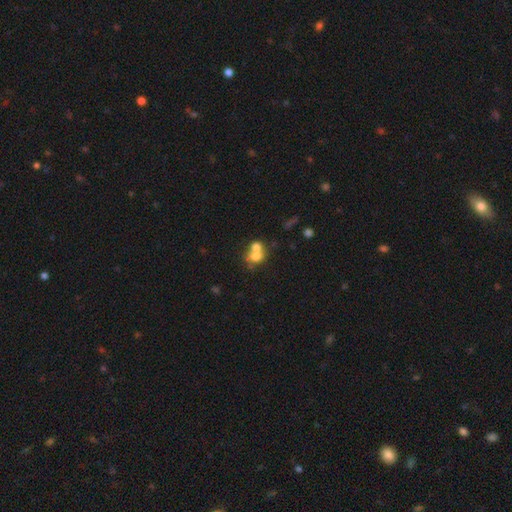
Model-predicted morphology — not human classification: smooth_or_featured: smooth (p=0.67) [alt: featured or disk p=0.21]
how_rounded: round (p=0.62) [alt: in between p=0.37]
merging: merger (p=0.63) [alt: none p=0.26]